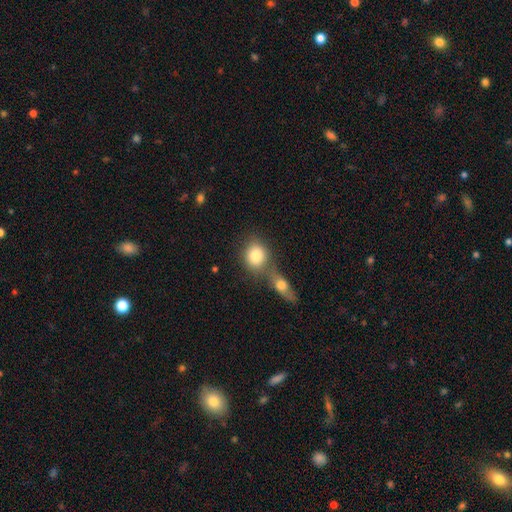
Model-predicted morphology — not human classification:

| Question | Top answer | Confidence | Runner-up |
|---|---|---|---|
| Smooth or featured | smooth | 81% | featured or disk (11%) |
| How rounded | round | 66% | in between (32%) |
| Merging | none | 46% | merger (41%) |